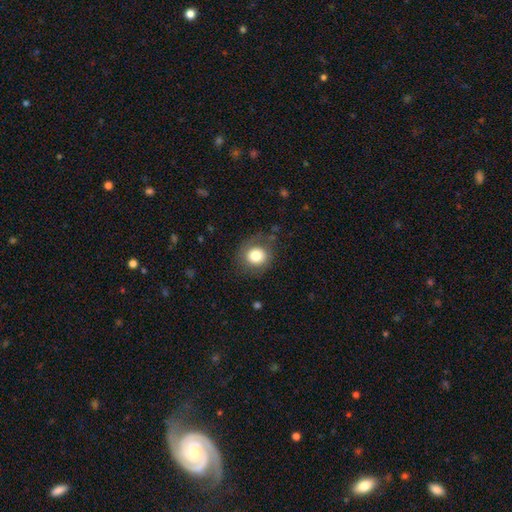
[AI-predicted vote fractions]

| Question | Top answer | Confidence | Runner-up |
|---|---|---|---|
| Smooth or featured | smooth | 78% | featured or disk (12%) |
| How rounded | round | 85% | in between (14%) |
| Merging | none | 76% | minor disturbance (15%) |